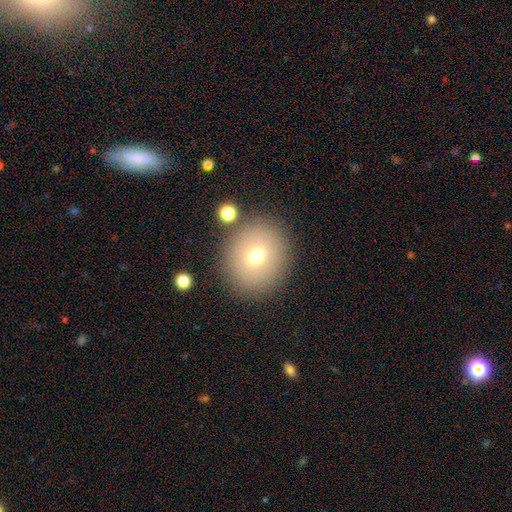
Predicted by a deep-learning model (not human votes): Smooth or featured?
  - smooth: 70% *
  - featured or disk: 17%
  - star or artifact: 13%
How rounded?
  - round: 80% *
  - in between: 19%
  - cigar-shaped: 1%
Merging?
  - none: 84% *
  - minor disturbance: 8%
  - major disturbance: 4%
  - merger: 4%